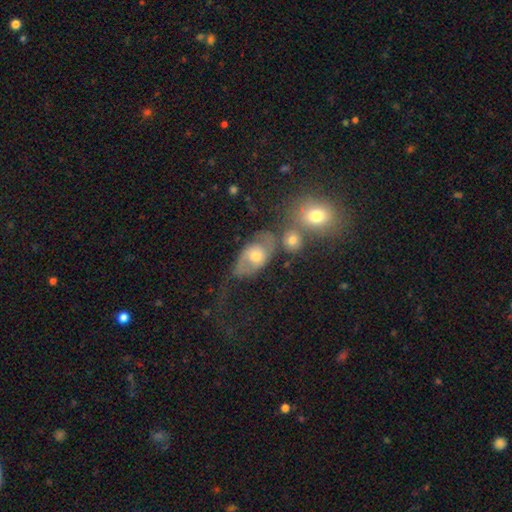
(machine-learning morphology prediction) Smooth or featured: featured or disk — 58% (smooth — 32%)
Edge-on disk: no — 94% (yes — 6%)
Bar: no — 74% (weak — 22%)
Spiral arms: yes — 75% (no — 25%)
Bulge size: moderate — 67% (small — 15%)
Merging: none — 37% (merger — 22%)